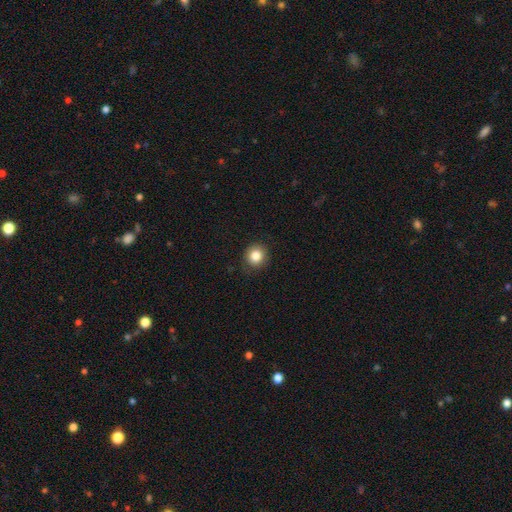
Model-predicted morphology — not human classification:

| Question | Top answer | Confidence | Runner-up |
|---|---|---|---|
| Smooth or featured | smooth | 84% | star or artifact (10%) |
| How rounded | round | 87% | in between (13%) |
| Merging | none | 87% | minor disturbance (10%) |